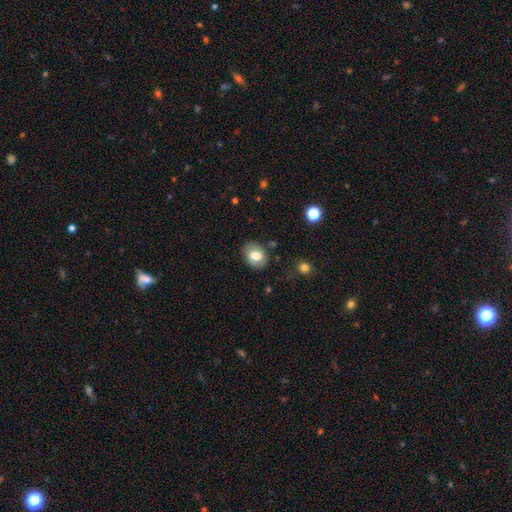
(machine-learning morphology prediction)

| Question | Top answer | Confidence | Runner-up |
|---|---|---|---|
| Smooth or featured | smooth | 73% | featured or disk (18%) |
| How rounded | in between | 56% | round (43%) |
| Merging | none | 81% | minor disturbance (13%) |